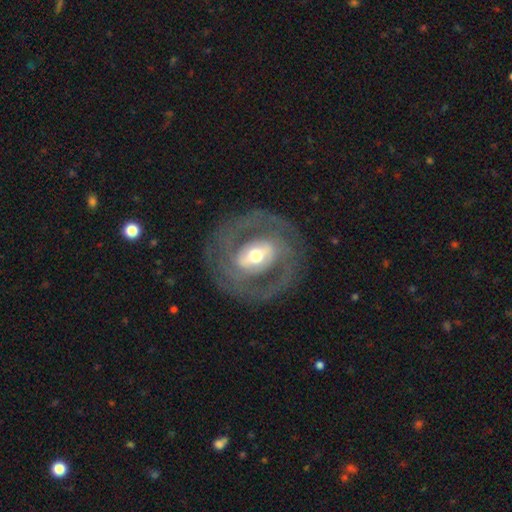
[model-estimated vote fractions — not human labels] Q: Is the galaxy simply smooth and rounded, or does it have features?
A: featured or disk — 84%.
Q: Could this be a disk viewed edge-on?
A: no — 95%.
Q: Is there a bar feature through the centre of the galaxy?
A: strong — 48%.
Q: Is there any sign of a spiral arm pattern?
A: yes — 82%.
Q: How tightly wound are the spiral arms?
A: tight — 48%.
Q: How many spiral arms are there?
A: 2 — 69%.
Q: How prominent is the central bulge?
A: moderate — 63%.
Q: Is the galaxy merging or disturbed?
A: none — 78%.